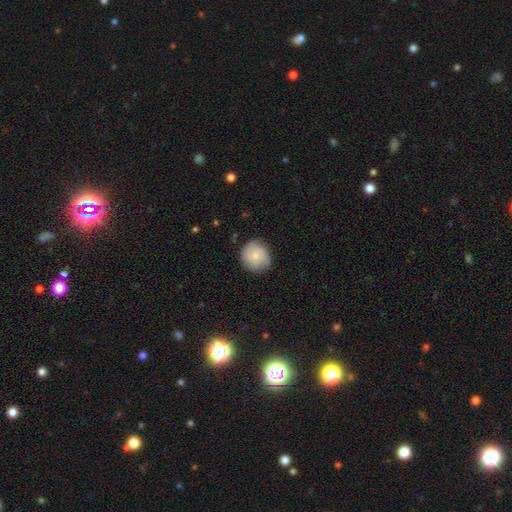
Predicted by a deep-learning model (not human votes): Overall: smooth (72%). How rounded: round (89%). Merging: none (78%).